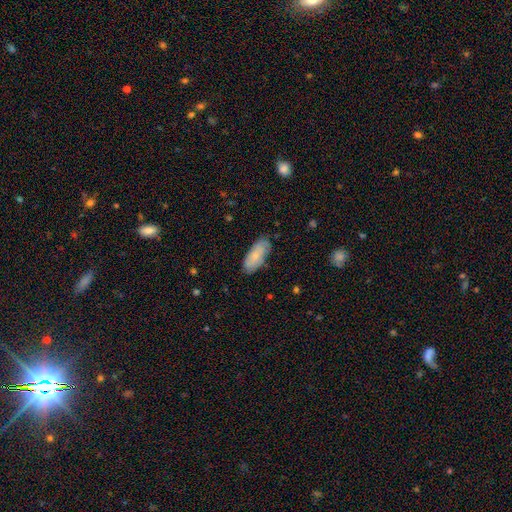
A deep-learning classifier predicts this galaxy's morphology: smooth-or-featured: smooth: 72% | featured or disk: 21% | star or artifact: 6%
  how-rounded: in between: 85% | cigar-shaped: 13% | round: 2%
  merging: none: 76% | minor disturbance: 19% | major disturbance: 4% | merger: 1%